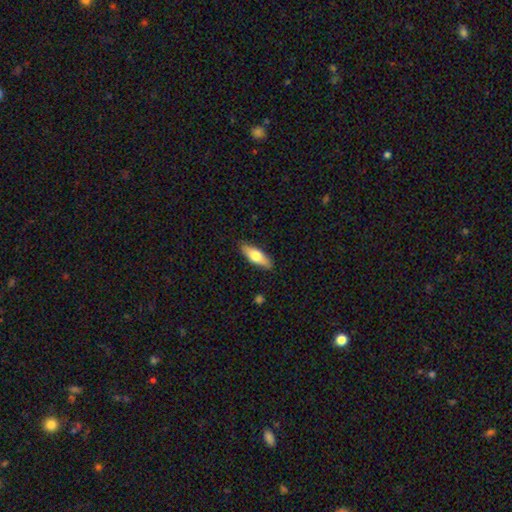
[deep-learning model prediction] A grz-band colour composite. It shows a smooth galaxy with no disk features (65%) that is in between round and cigar-shaped (62%). Merging: none (87%).